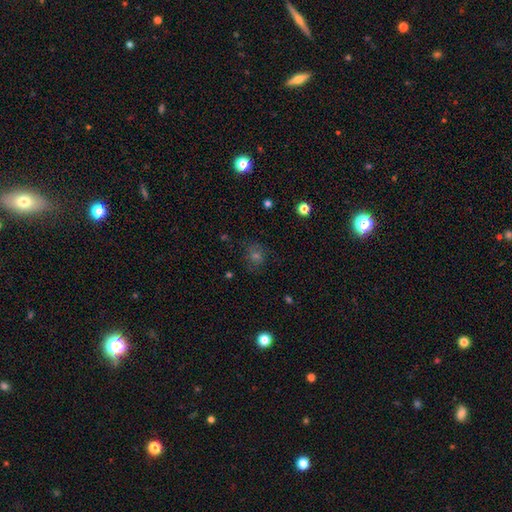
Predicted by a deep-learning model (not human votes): The model was most divided on "smooth or featured": smooth: 46%, star or artifact: 33%, featured or disk: 21%. More confident: merging — none (75%).